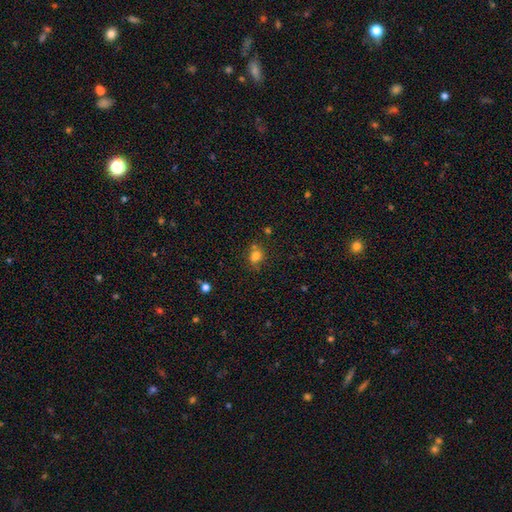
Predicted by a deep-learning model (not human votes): This is likely a smooth galaxy (75%). How rounded: possibly round (55%). Merging: possibly none (56%).